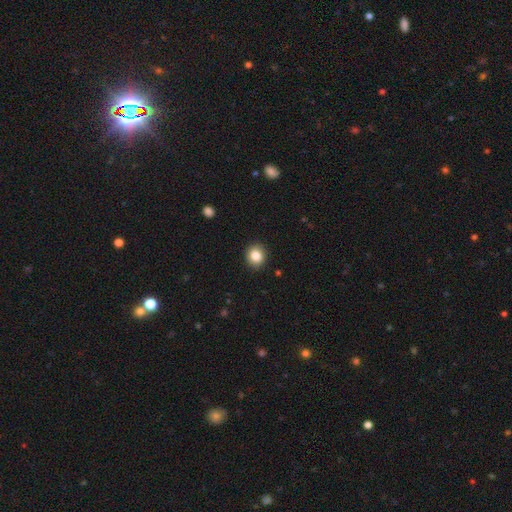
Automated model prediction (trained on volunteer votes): The model was most divided on "how rounded": round: 77%, in between: 22%, cigar-shaped: 1%. More confident: merging — none (91%); smooth or featured — smooth (85%).